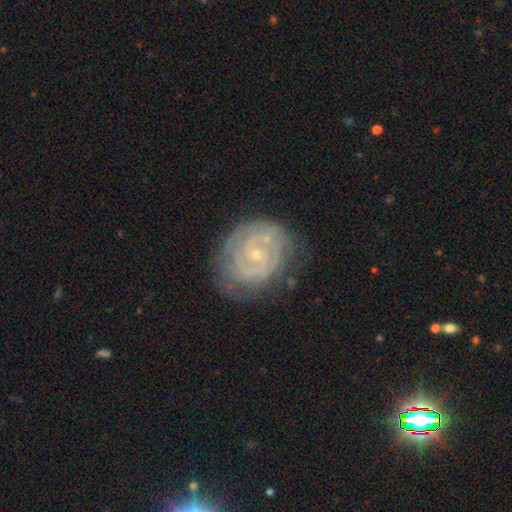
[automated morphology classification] Q: Smooth or featured?
A: featured or disk (87%); runner-up: smooth (7%)
Q: Edge-on disk?
A: no (98%); runner-up: yes (2%)
Q: Bar?
A: no (61%); runner-up: weak (30%)
Q: Spiral arms?
A: yes (95%); runner-up: no (5%)
Q: Spiral winding?
A: tight (76%); runner-up: medium (20%)
Q: Spiral arm count?
A: 2 (49%); runner-up: can't tell (22%)
Q: Bulge size?
A: small (79%); runner-up: moderate (17%)
Q: Merging?
A: none (74%); runner-up: minor disturbance (18%)